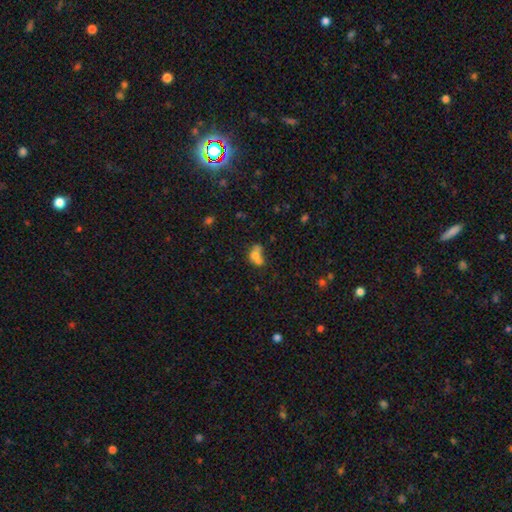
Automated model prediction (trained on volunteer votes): smooth_or_featured: smooth (p=0.68) [alt: featured or disk p=0.19]
how_rounded: in between (p=0.57) [alt: round p=0.41]
merging: merger (p=0.54) [alt: none p=0.23]